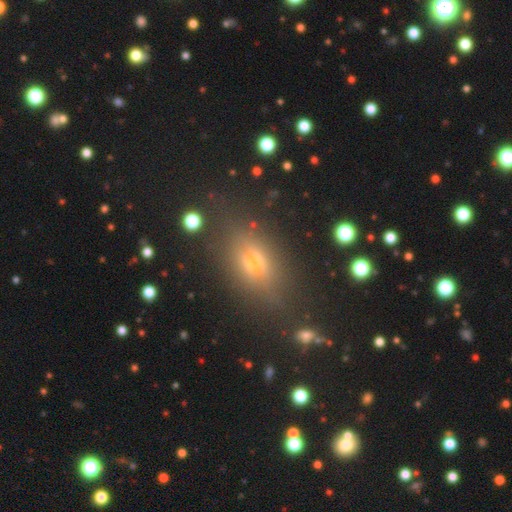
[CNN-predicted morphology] This is possibly a smooth galaxy (59%). How rounded: likely in between (70%). Merging: clearly none (84%).